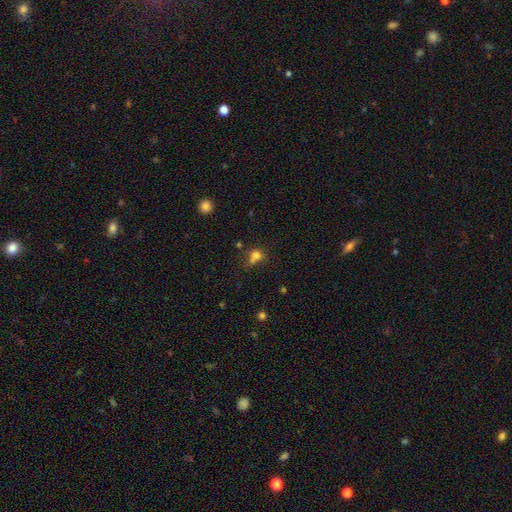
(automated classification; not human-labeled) smooth 75%, star or artifact 15%, featured or disk 10%. Down the decision tree: how rounded — round (72%); merging — none (41%).